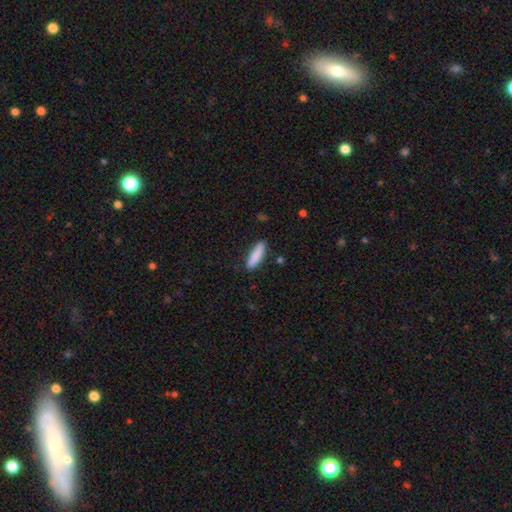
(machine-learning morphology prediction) Smooth or featured?
  - smooth: 87% *
  - featured or disk: 7%
  - star or artifact: 6%
How rounded?
  - cigar-shaped: 68% *
  - in between: 30%
  - round: 1%
Merging?
  - none: 85% *
  - minor disturbance: 11%
  - major disturbance: 2%
  - merger: 2%